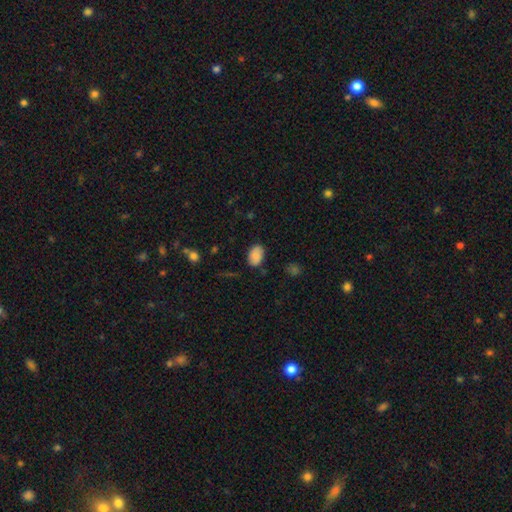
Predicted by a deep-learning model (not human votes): This is clearly a smooth galaxy (83%). How rounded: clearly in between (88%). Merging: likely none (79%).